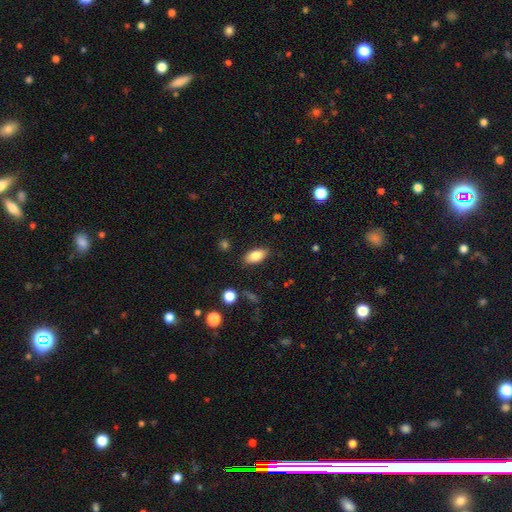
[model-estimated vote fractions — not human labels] This appears to be a smooth galaxy with no disk features (81%) that is in between round and cigar-shaped (89%). Merging: none (86%).